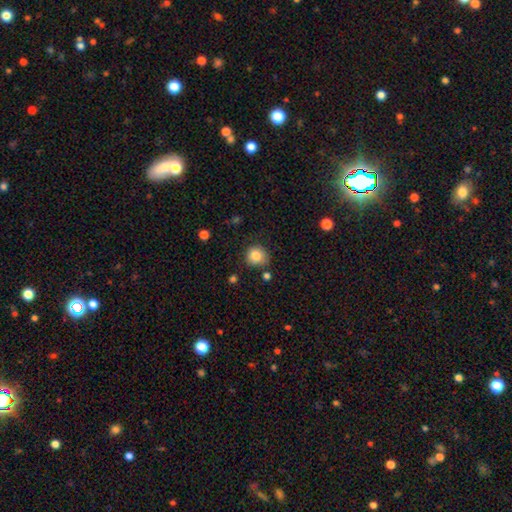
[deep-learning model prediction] Smooth or featured? smooth (84%)
How rounded? round (87%)
Merging? none (74%)